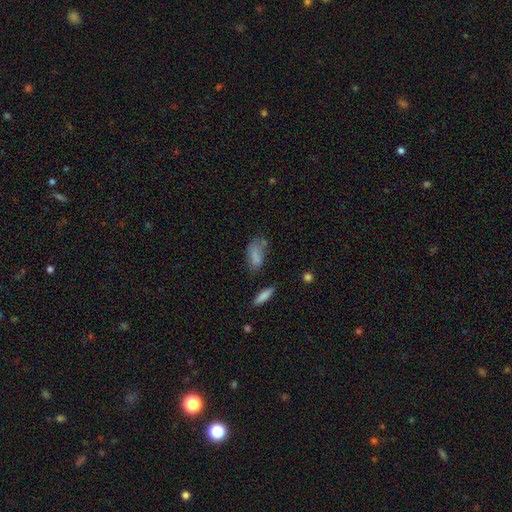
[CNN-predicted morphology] The model was most divided on "merging": none: 46%, minor disturbance: 26%, major disturbance: 15%, merger: 13%. More confident: how rounded — in between (84%); smooth or featured — smooth (73%).